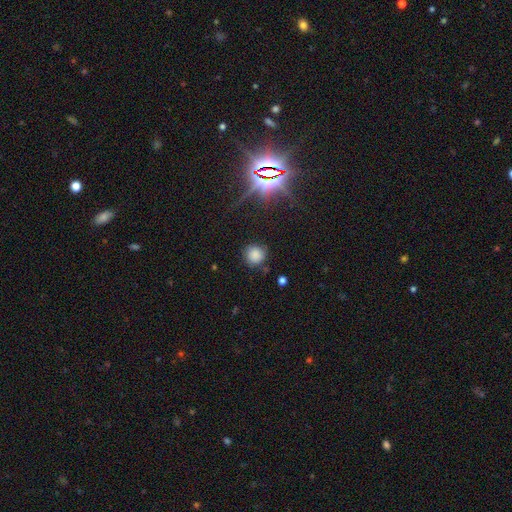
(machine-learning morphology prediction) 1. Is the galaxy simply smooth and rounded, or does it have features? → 78% smooth, 17% star or artifact, 6% featured or disk.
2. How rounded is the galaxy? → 91% round, 8% in between, 1% cigar-shaped.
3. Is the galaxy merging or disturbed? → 81% none, 12% minor disturbance, 4% major disturbance, 3% merger.